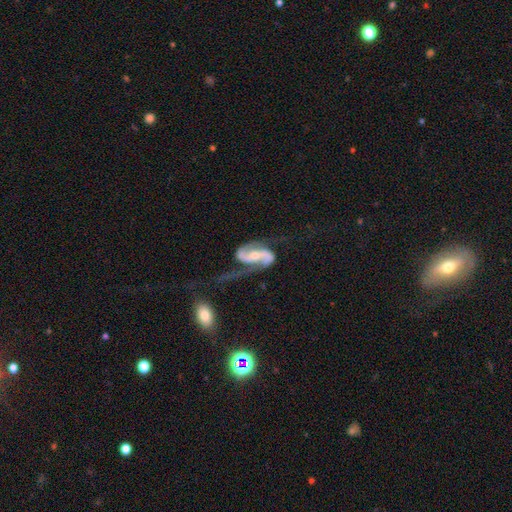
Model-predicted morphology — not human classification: Q: Smooth or featured?
A: featured or disk (90%); runner-up: smooth (5%)
Q: Edge-on disk?
A: no (97%); runner-up: yes (3%)
Q: Bar?
A: weak (34%); runner-up: strong (33%)
Q: Spiral arms?
A: yes (97%); runner-up: no (3%)
Q: Spiral winding?
A: loose (51%); runner-up: medium (37%)
Q: Spiral arm count?
A: 2 (93%); runner-up: can't tell (2%)
Q: Bulge size?
A: small (48%); runner-up: moderate (44%)
Q: Merging?
A: none (45%); runner-up: major disturbance (28%)